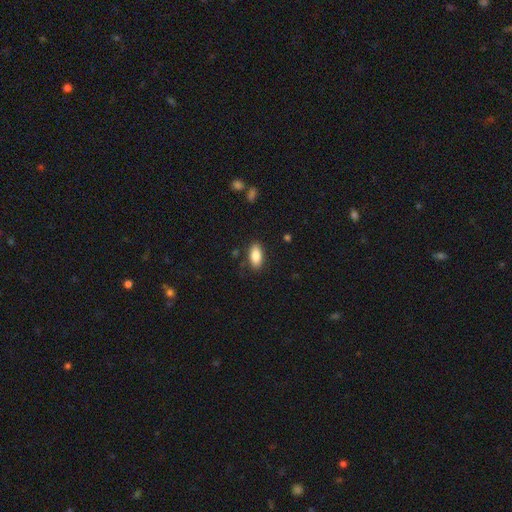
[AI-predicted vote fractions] Smooth or featured? smooth (86%)
How rounded? in between (90%)
Merging? none (84%)